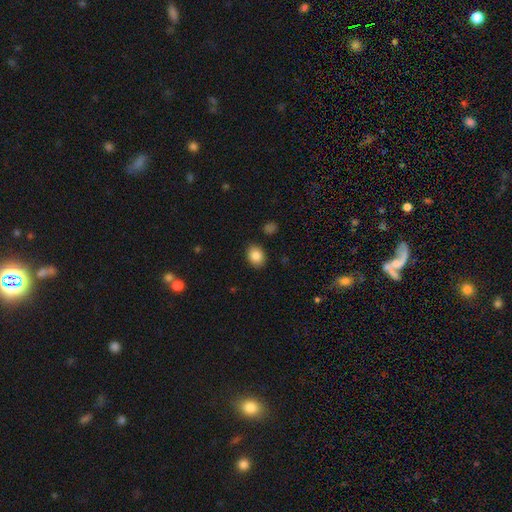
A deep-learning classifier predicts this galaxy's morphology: Smooth or featured?
  - smooth: 86% *
  - star or artifact: 9%
  - featured or disk: 5%
How rounded?
  - in between: 55% *
  - round: 44%
  - cigar-shaped: 1%
Merging?
  - none: 88% *
  - minor disturbance: 8%
  - major disturbance: 2%
  - merger: 2%